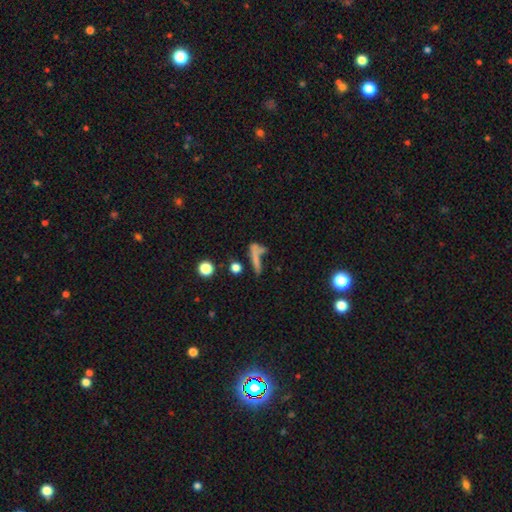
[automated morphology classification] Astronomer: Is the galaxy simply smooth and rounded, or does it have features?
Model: smooth — 58%.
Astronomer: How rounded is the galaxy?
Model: cigar-shaped — 63%.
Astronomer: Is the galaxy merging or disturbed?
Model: none — 40% (runner-up: merger, 27%).